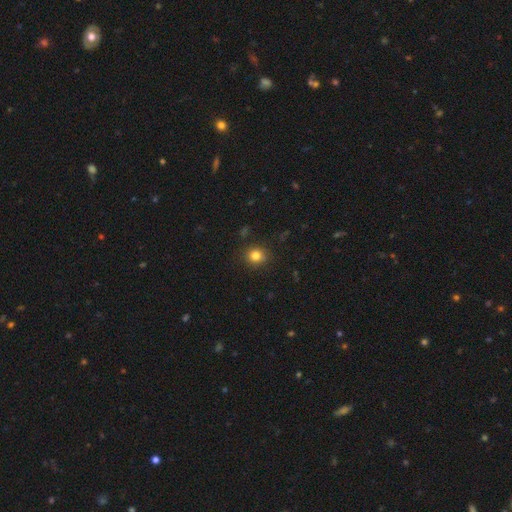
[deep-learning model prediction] A smooth galaxy with no disk features (82%) that is round (80%).

Vote fractions:
- Smooth or featured? smooth: 82% / star or artifact: 12% / featured or disk: 6%
- How rounded? round: 80% / in between: 19% / cigar-shaped: 1%
- Merging? none: 88% / minor disturbance: 8% / major disturbance: 2% / merger: 1%